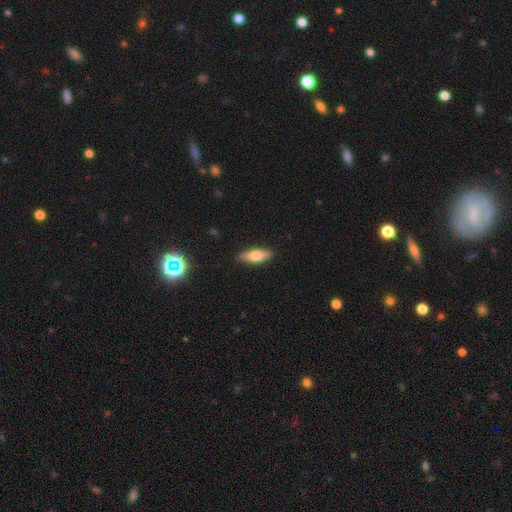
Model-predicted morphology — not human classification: type=smooth (59%); roundness=in between (60%); merging=none (88%).